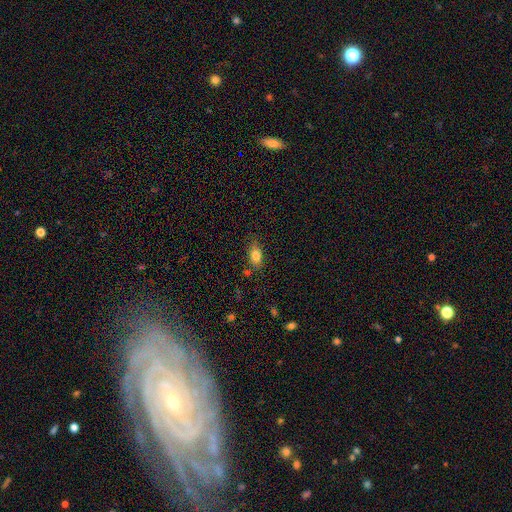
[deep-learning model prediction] Smooth or featured: smooth — 80% (featured or disk — 11%)
How rounded: in between — 84% (round — 9%)
Merging: none — 76% (minor disturbance — 16%)